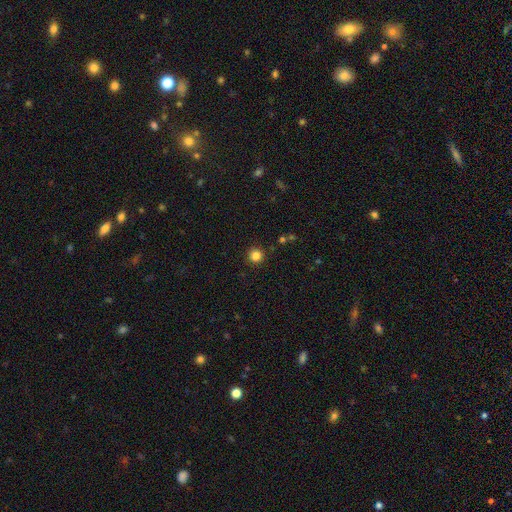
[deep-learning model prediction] This appears to be a smooth galaxy with no disk features (83%) that is round (96%). Merging: none (92%).